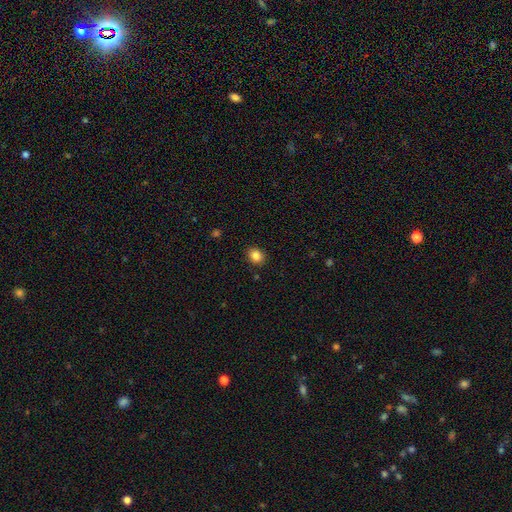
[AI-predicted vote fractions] Morphology: type=smooth (85%); roundness=round (59%); merging=none (89%).